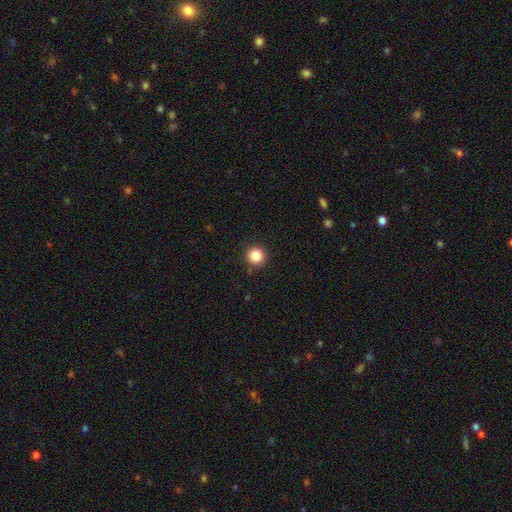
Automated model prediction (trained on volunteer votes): smooth_or_featured: smooth (p=0.85) [alt: star or artifact p=0.11]
how_rounded: round (p=0.95) [alt: in between p=0.04]
merging: none (p=0.92) [alt: minor disturbance p=0.05]